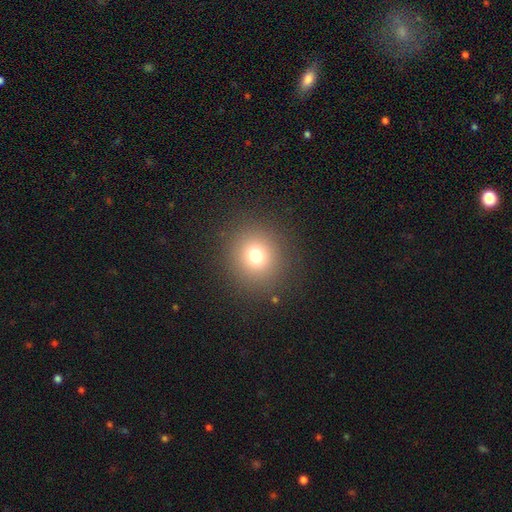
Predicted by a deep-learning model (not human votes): Smooth or featured? smooth (74%)
How rounded? round (90%)
Merging? none (88%)